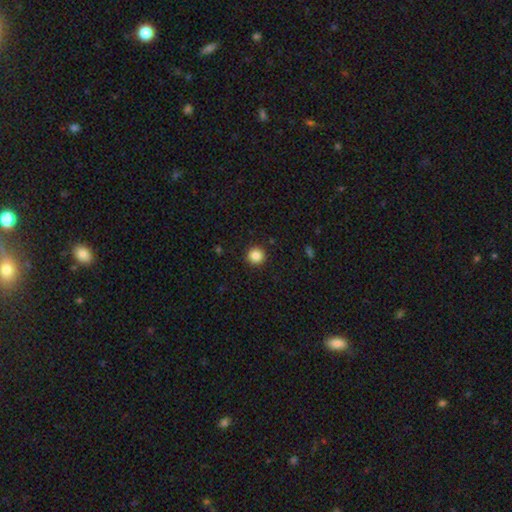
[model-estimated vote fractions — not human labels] A smooth galaxy with no disk features (86%) that is round (95%). Merging: none (92%).